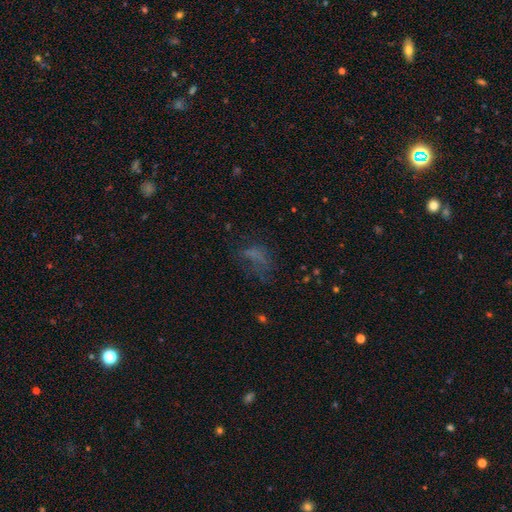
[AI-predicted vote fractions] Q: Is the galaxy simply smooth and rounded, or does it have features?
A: smooth — 45%.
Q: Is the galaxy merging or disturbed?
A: none — 39%.